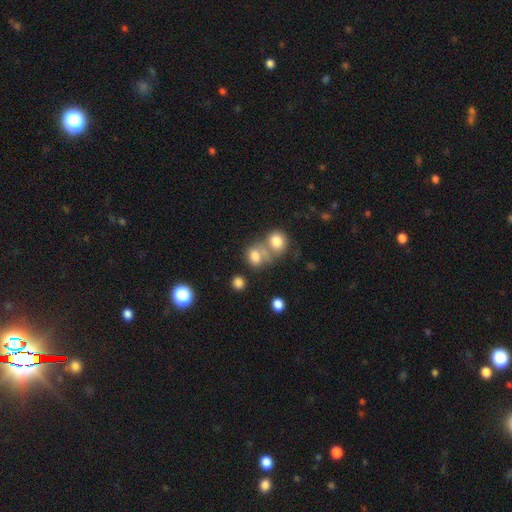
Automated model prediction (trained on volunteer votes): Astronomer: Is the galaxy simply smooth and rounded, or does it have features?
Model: smooth — 76%.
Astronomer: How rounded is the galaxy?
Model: in between — 51% (runner-up: round, 48%).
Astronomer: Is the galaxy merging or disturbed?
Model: merger — 49% (runner-up: none, 35%).